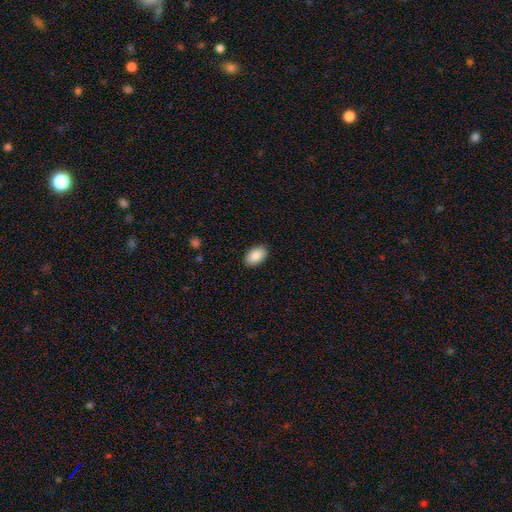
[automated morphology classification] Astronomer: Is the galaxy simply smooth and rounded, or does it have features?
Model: smooth — 90%.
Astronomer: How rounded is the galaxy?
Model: in between — 93%.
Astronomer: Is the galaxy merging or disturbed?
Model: none — 89%.